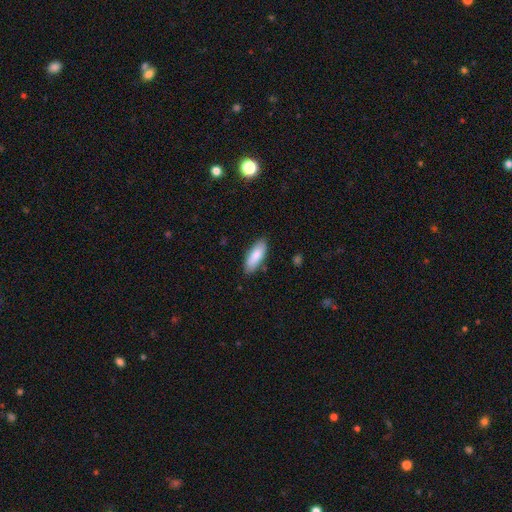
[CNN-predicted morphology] smooth_or_featured: smooth (p=0.84) [alt: featured or disk p=0.10]
how_rounded: in between (p=0.72) [alt: cigar-shaped p=0.27]
merging: none (p=0.84) [alt: minor disturbance p=0.12]